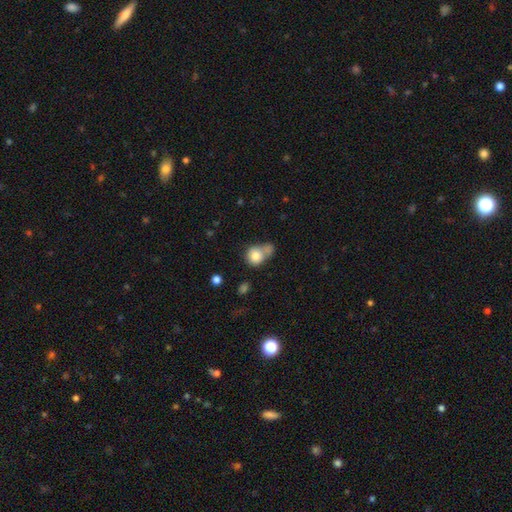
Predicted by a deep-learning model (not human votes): Smooth or featured? smooth (80%)
How rounded? round (77%)
Merging? merger (44%)